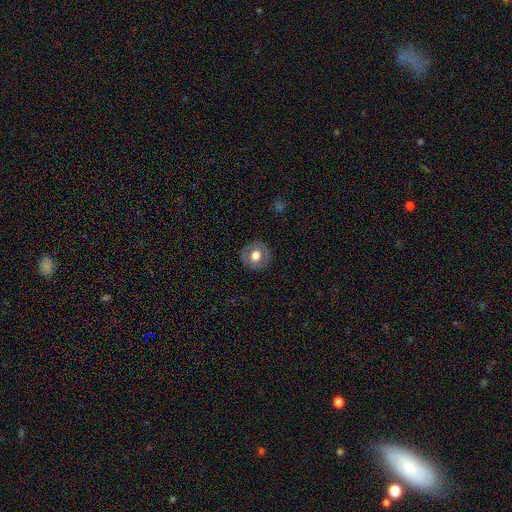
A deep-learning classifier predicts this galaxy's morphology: smooth 61%, featured or disk 31%, star or artifact 8%. Down the decision tree: how rounded — round (89%); merging — none (87%).